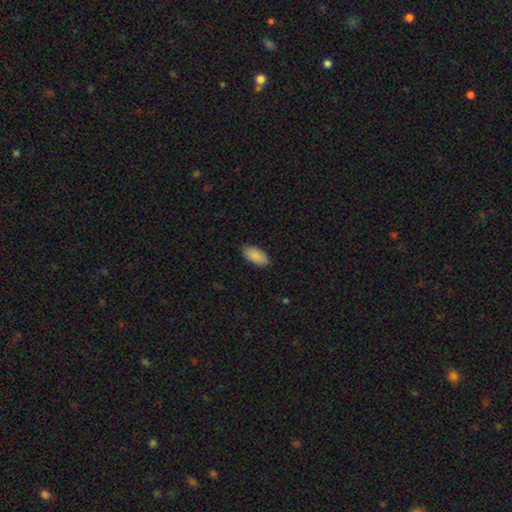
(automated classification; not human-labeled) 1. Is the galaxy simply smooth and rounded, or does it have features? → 90% smooth, 6% star or artifact, 4% featured or disk.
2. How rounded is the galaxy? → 94% in between, 4% cigar-shaped, 2% round.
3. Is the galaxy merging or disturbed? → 86% none, 11% minor disturbance, 2% major disturbance, 1% merger.